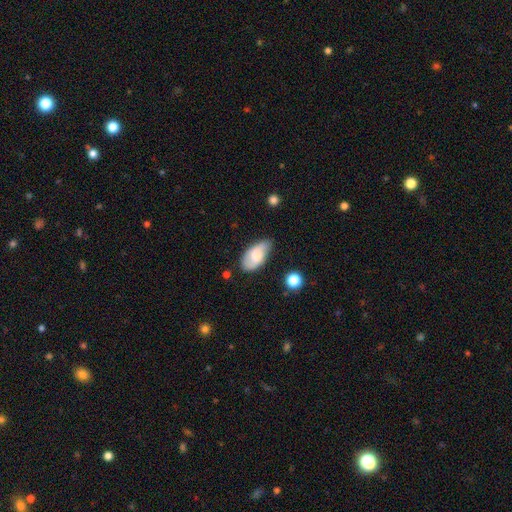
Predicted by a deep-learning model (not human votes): Q: Smooth or featured?
A: smooth (63%); runner-up: featured or disk (30%)
Q: How rounded?
A: in between (93%); runner-up: cigar-shaped (4%)
Q: Merging?
A: none (65%); runner-up: minor disturbance (27%)